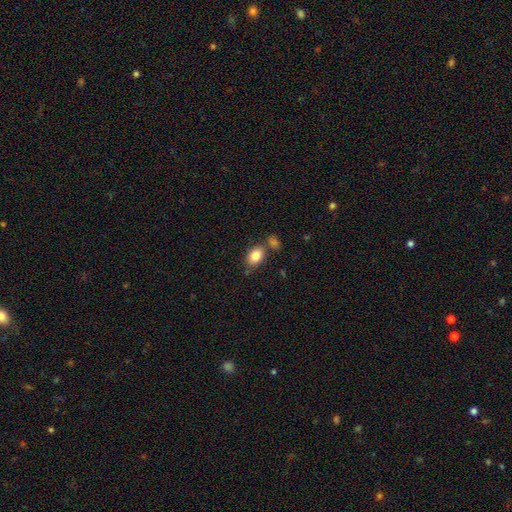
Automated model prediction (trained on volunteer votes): smooth_or_featured: smooth (p=0.84) [alt: featured or disk p=0.08]
how_rounded: in between (p=0.77) [alt: round p=0.22]
merging: none (p=0.65) [alt: merger p=0.17]